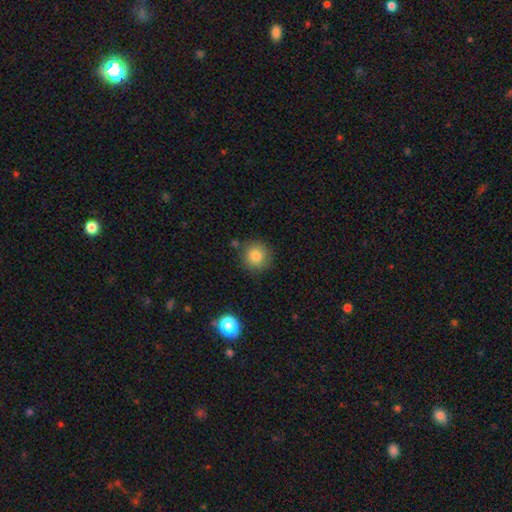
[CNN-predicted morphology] A smooth galaxy with no disk features (83%) that is round (94%). Merging: none (85%).